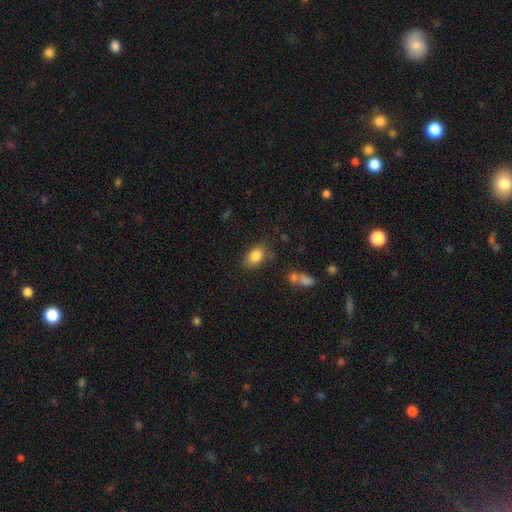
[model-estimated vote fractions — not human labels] The model was most divided on "merging": none: 71%, minor disturbance: 19%, major disturbance: 5%, merger: 4%. More confident: smooth or featured — smooth (83%); how rounded — in between (79%).